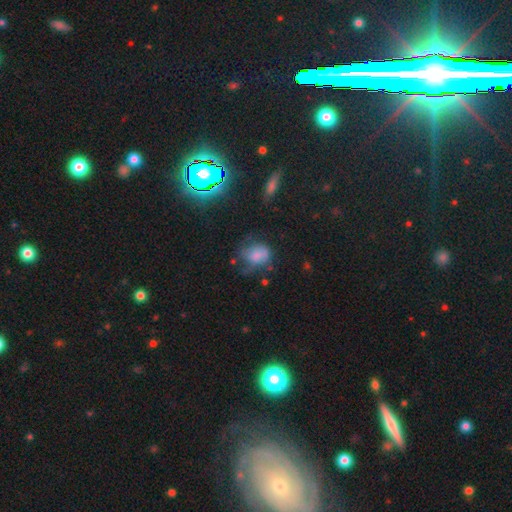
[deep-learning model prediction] This appears to be a smooth galaxy with no disk features (64%) that is in between round and cigar-shaped (58%). Merging: none (38%).